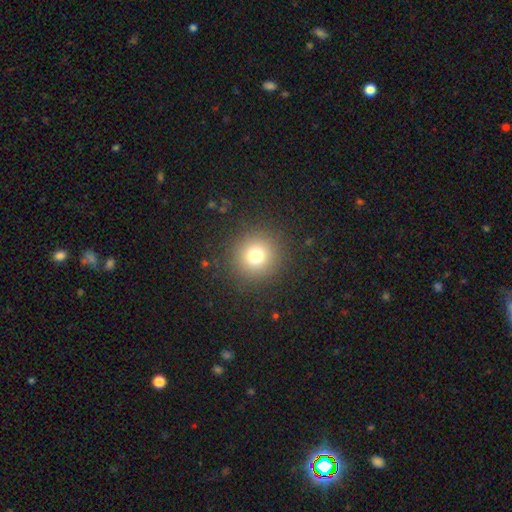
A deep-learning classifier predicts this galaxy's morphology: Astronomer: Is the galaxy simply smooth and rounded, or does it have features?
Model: smooth — 75%.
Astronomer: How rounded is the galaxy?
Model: round — 95%.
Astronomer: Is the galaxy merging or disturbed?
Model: none — 90%.